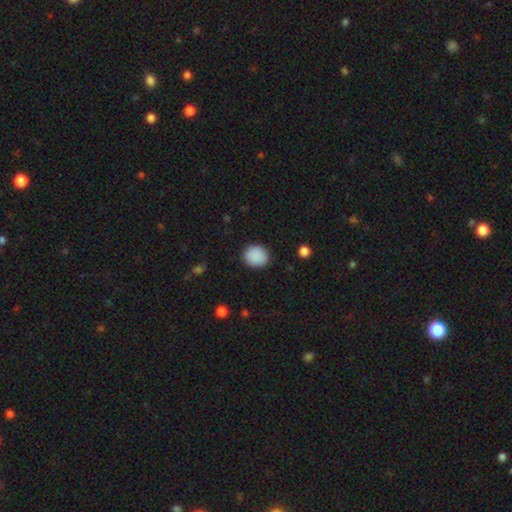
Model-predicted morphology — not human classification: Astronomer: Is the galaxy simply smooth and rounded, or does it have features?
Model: smooth — 90%.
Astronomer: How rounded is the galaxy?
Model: round — 75%.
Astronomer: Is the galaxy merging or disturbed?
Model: none — 89%.